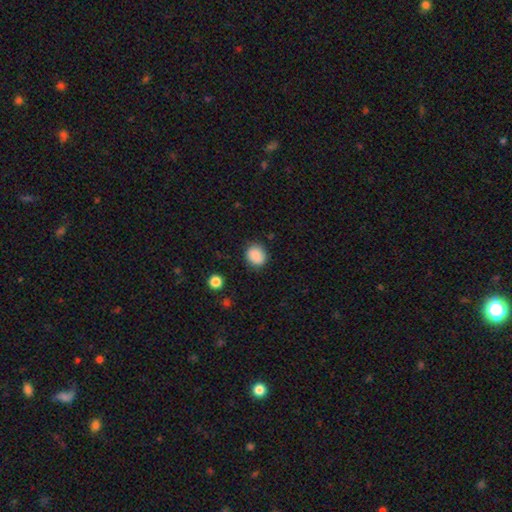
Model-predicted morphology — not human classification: type=smooth (87%); roundness=round (67%); merging=none (83%).